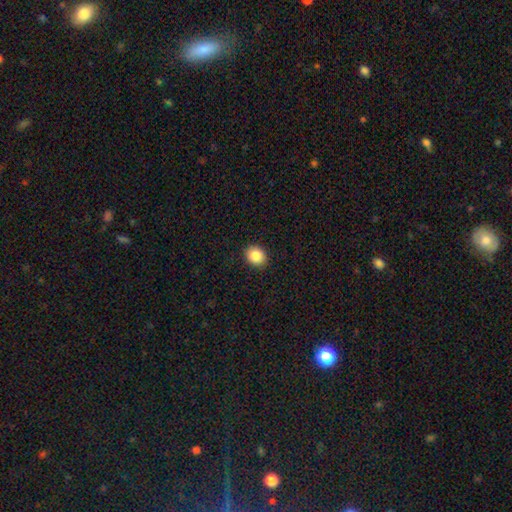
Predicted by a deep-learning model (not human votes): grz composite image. It shows a smooth galaxy with no disk features (86%) that is round (64%). Merging: none (91%).